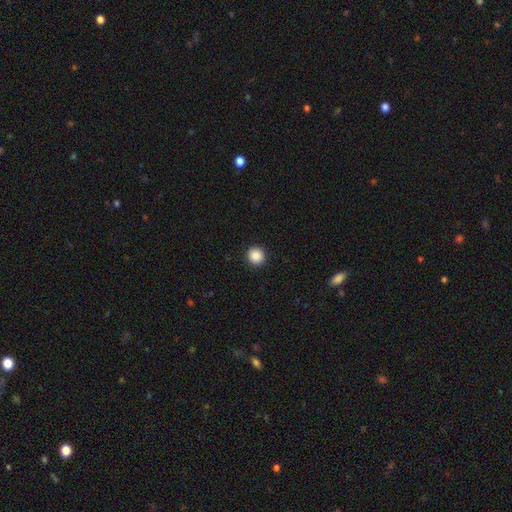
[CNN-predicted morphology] Smooth or featured?
  - smooth: 88% *
  - star or artifact: 9%
  - featured or disk: 2%
How rounded?
  - round: 95% *
  - in between: 4%
  - cigar-shaped: 1%
Merging?
  - none: 93% *
  - minor disturbance: 5%
  - major disturbance: 2%
  - merger: 1%